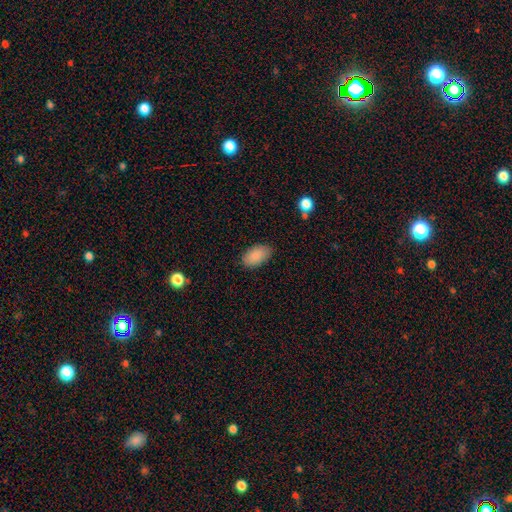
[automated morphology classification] type=smooth (88%); roundness=in between (94%); merging=none (85%).